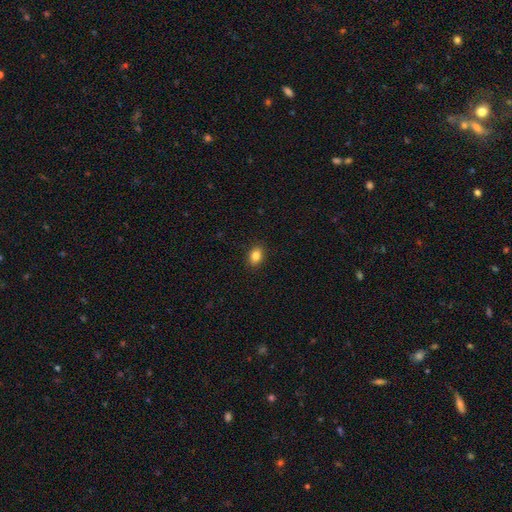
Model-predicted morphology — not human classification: The model was most divided on "how rounded": in between: 70%, round: 29%, cigar-shaped: 1%. More confident: merging — none (90%); smooth or featured — smooth (85%).